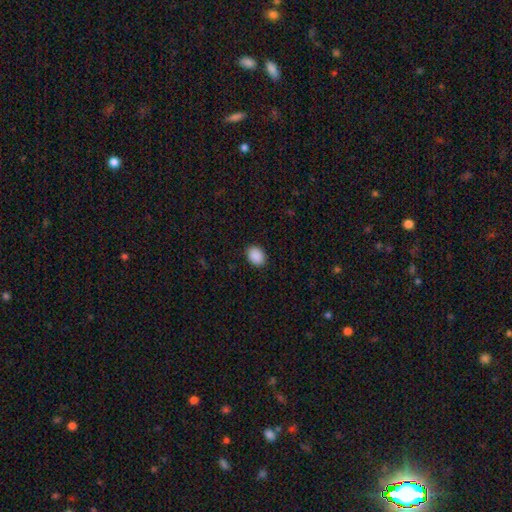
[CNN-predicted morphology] Q: Smooth or featured?
A: smooth (90%); runner-up: star or artifact (8%)
Q: How rounded?
A: in between (65%); runner-up: round (34%)
Q: Merging?
A: none (90%); runner-up: minor disturbance (7%)